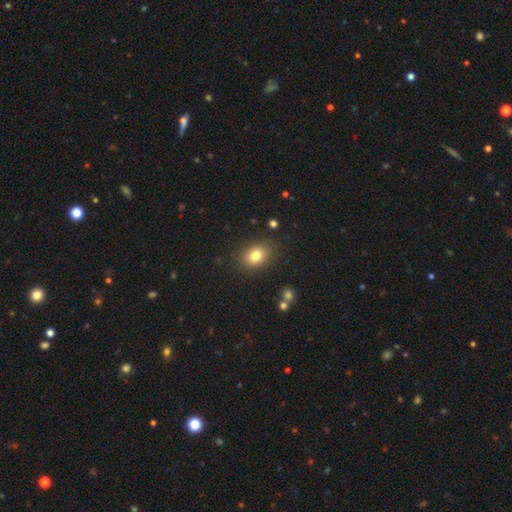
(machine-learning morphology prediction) smooth-or-featured: smooth: 80% | star or artifact: 11% | featured or disk: 9%
  how-rounded: in between: 61% | round: 38% | cigar-shaped: 1%
  merging: none: 86% | minor disturbance: 10% | major disturbance: 3% | merger: 2%